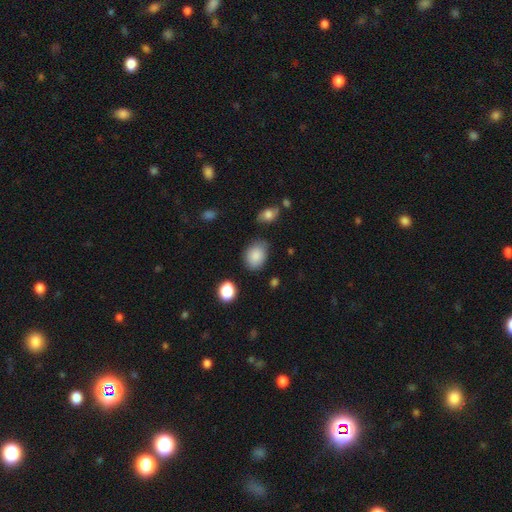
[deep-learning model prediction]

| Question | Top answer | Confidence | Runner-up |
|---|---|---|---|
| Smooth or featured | smooth | 86% | star or artifact (9%) |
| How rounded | in between | 64% | round (35%) |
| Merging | none | 69% | minor disturbance (22%) |